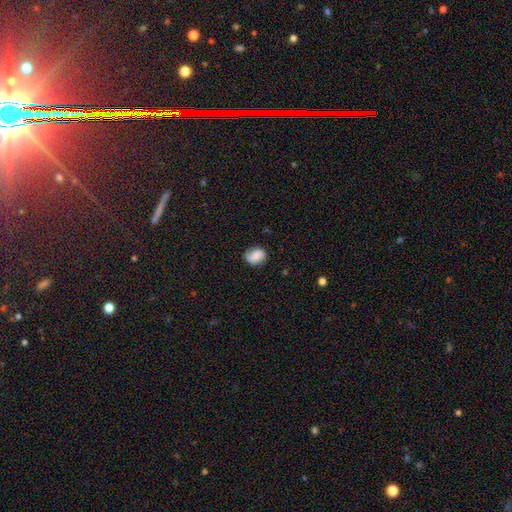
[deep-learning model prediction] Smooth or featured: smooth — 71% (featured or disk — 20%)
How rounded: round — 56% (in between — 43%)
Merging: none — 75% (minor disturbance — 19%)